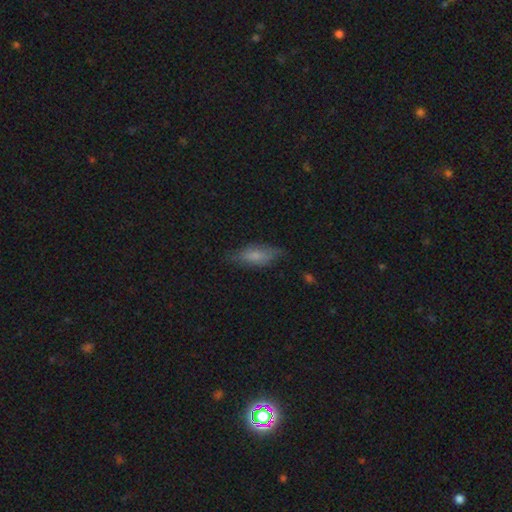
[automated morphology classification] A smooth galaxy with no disk features (67%) that is in between round and cigar-shaped (69%). Merging: none (69%).